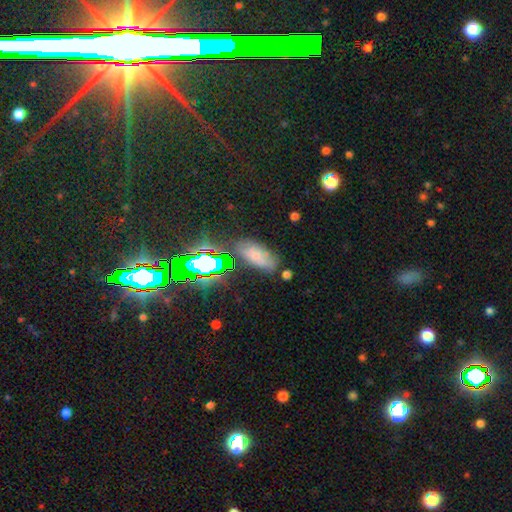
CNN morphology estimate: Smooth or featured? Predicted: smooth (p=0.57). How rounded? Predicted: in between (p=0.87). Merging? Predicted: none (p=0.70).